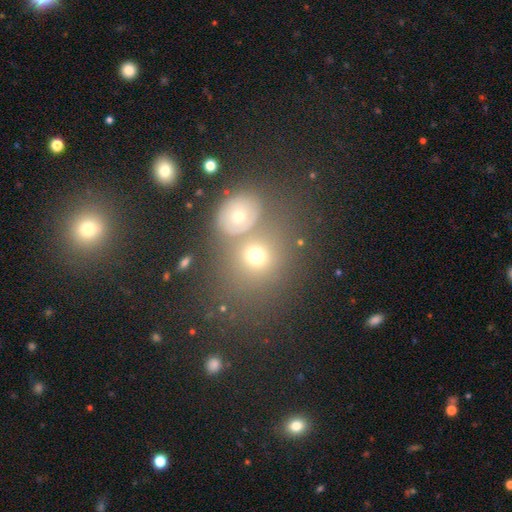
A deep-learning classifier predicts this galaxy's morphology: The model was most divided on "merging": none: 50%, merger: 34%, minor disturbance: 10%, major disturbance: 6%. More confident: how rounded — round (72%); smooth or featured — smooth (68%).